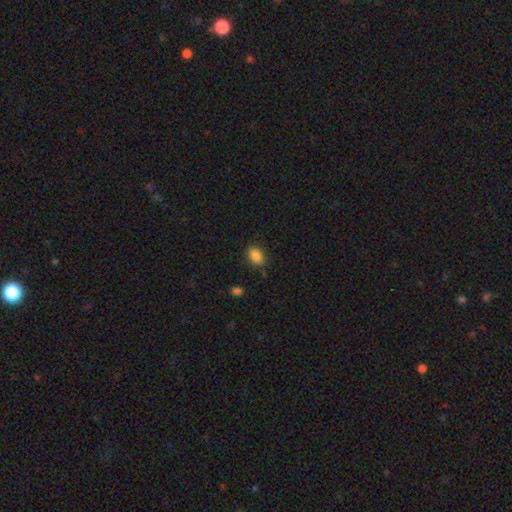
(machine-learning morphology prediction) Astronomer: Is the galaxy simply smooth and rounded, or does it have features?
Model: smooth — 86%.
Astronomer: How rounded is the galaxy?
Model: in between — 77%.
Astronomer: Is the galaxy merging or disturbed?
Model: none — 83%.